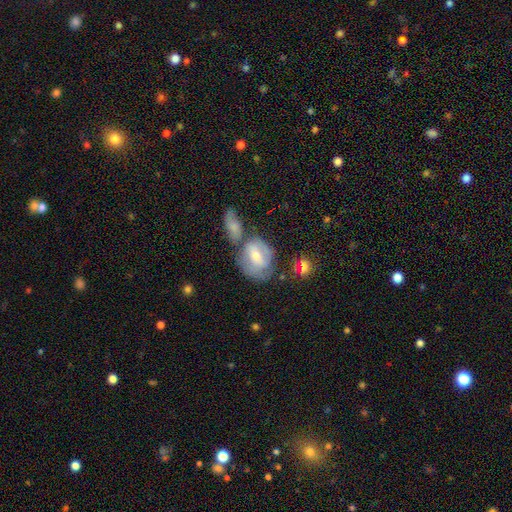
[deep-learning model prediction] smooth-or-featured: featured or disk: 60% | smooth: 32% | star or artifact: 8%
  disk-edge-on: no: 95% | yes: 5%
    bar: weak: 45% | no: 34% | strong: 21%
    has-spiral-arms: yes: 70% | no: 30%
    bulge-size: moderate: 56% | small: 39% | large: 3% | none: 1% | dominant: 1%
  merging: none: 38% | merger: 35% | minor disturbance: 17% | major disturbance: 10%